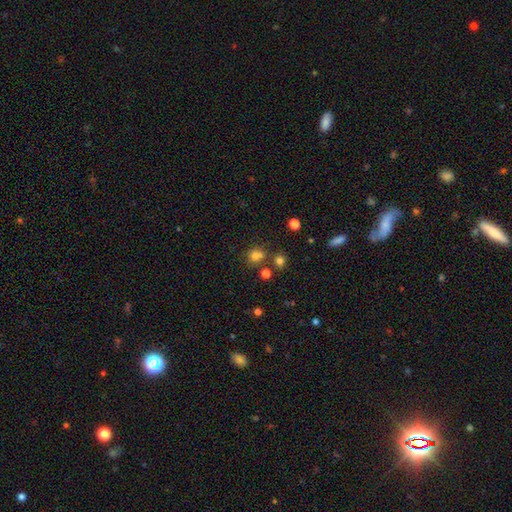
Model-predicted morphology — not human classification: The model was most divided on "merging": none: 64%, merger: 17%, minor disturbance: 13%, major disturbance: 5%. More confident: how rounded — round (75%); smooth or featured — smooth (74%).